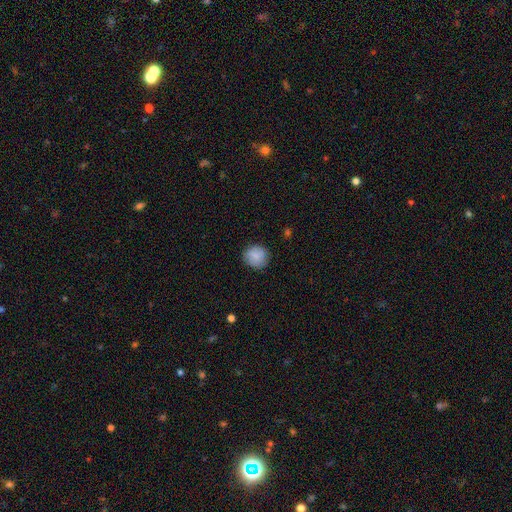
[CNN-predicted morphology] type=smooth (85%); roundness=round (87%); merging=none (85%).